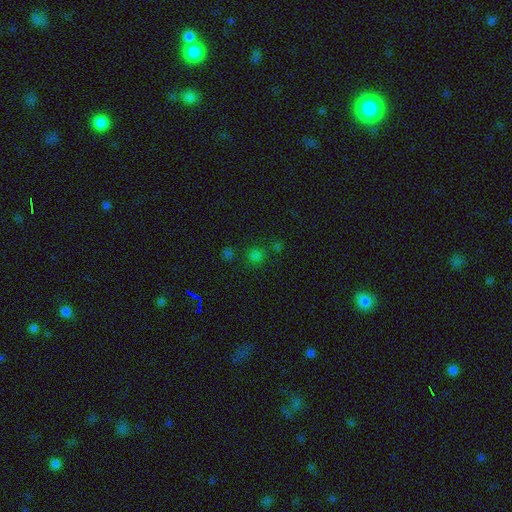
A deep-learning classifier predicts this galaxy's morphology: A smooth galaxy with no disk features (64%) that is round (91%).

Vote fractions:
- Smooth or featured? smooth: 64% / star or artifact: 31% / featured or disk: 5%
- How rounded? round: 91% / in between: 8% / cigar-shaped: 1%
- Merging? none: 77% / minor disturbance: 9% / merger: 9% / major disturbance: 4%